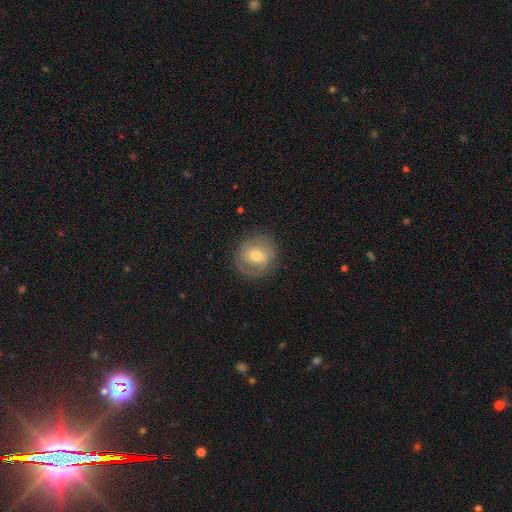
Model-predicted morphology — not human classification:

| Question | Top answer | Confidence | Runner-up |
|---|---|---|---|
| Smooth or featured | featured or disk | 53% | smooth (39%) |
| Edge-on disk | no | 96% | yes (4%) |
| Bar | weak | 45% | no (38%) |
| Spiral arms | yes | 66% | no (34%) |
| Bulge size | moderate | 63% | small (31%) |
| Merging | none | 78% | minor disturbance (14%) |